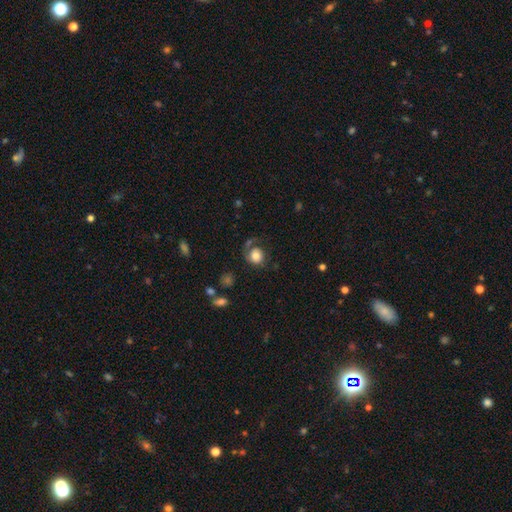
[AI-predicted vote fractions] smooth_or_featured: smooth (p=0.70) [alt: featured or disk p=0.21]
how_rounded: round (p=0.75) [alt: in between p=0.24]
merging: none (p=0.54) [alt: major disturbance p=0.20]